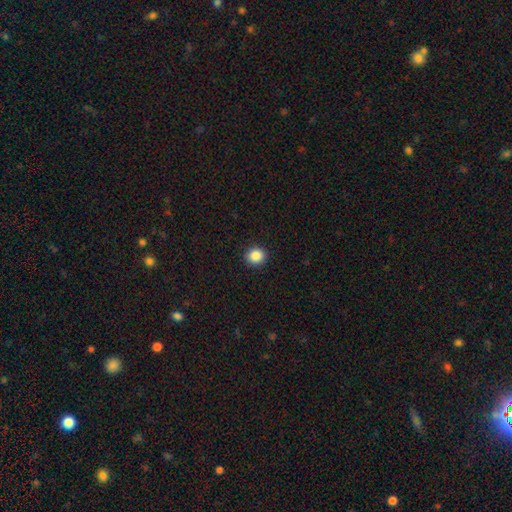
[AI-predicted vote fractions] Smooth or featured?
  - smooth: 87% *
  - star or artifact: 9%
  - featured or disk: 3%
How rounded?
  - round: 87% *
  - in between: 12%
  - cigar-shaped: 1%
Merging?
  - none: 92% *
  - minor disturbance: 5%
  - major disturbance: 2%
  - merger: 1%